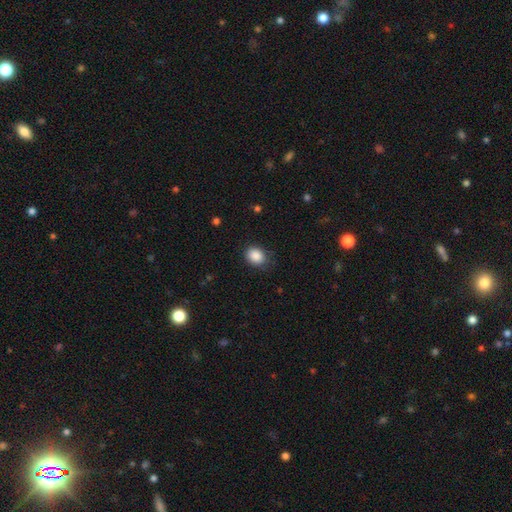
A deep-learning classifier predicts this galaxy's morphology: Q: Smooth or featured?
A: smooth (88%); runner-up: star or artifact (8%)
Q: How rounded?
A: in between (55%); runner-up: round (44%)
Q: Merging?
A: none (78%); runner-up: minor disturbance (17%)